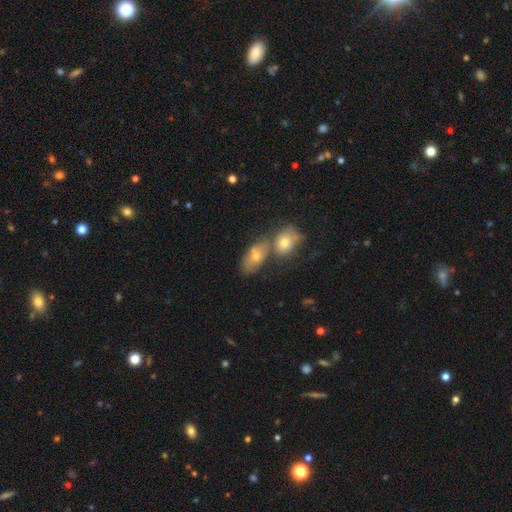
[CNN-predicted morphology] This is likely a smooth galaxy (64%). How rounded: clearly in between (84%). Merging: possibly merger (50%).